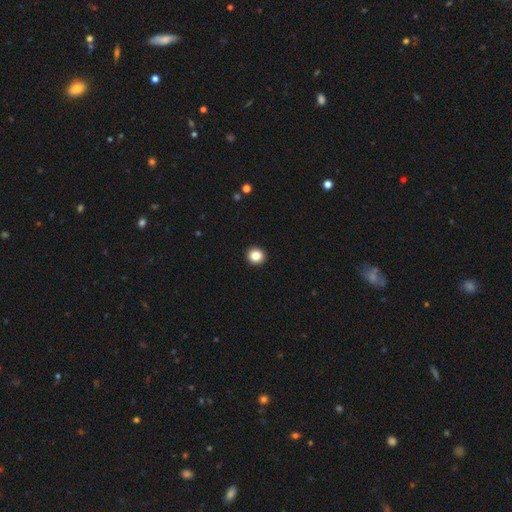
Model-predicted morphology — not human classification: Smooth or featured? smooth (85%)
How rounded? round (92%)
Merging? none (94%)